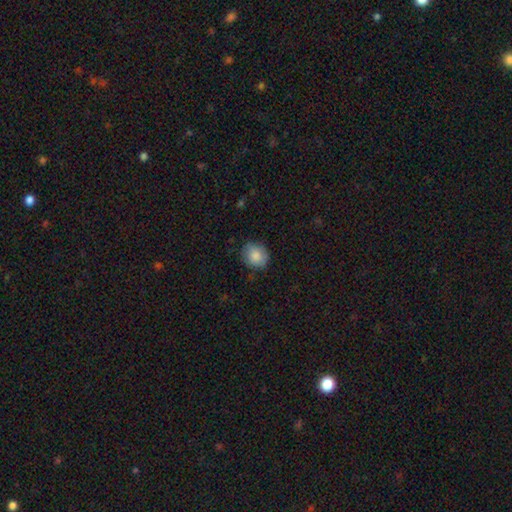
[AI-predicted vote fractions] smooth_or_featured: smooth (p=0.85) [alt: star or artifact p=0.08]
how_rounded: round (p=0.75) [alt: in between p=0.24]
merging: none (p=0.78) [alt: minor disturbance p=0.18]